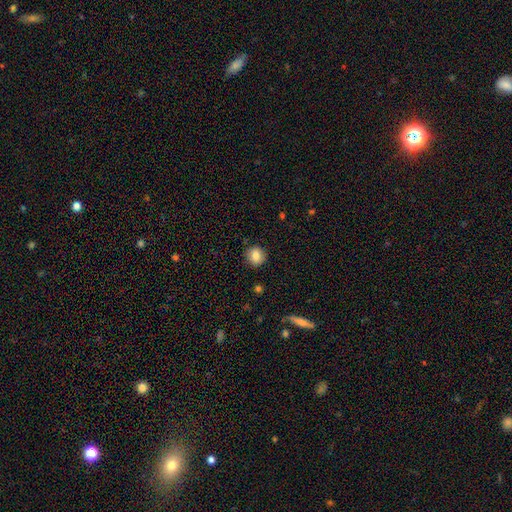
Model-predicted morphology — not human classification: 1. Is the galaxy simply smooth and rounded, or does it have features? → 84% smooth, 9% star or artifact, 7% featured or disk.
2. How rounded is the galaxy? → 87% round, 11% in between, 1% cigar-shaped.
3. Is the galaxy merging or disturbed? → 90% none, 7% minor disturbance, 2% major disturbance, 1% merger.